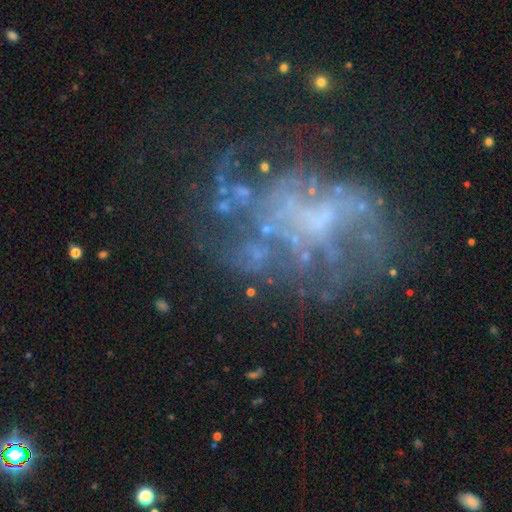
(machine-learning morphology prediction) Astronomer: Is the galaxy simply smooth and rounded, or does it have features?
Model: featured or disk — 48% (runner-up: star or artifact, 30%).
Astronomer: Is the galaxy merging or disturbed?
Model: none — 51%.